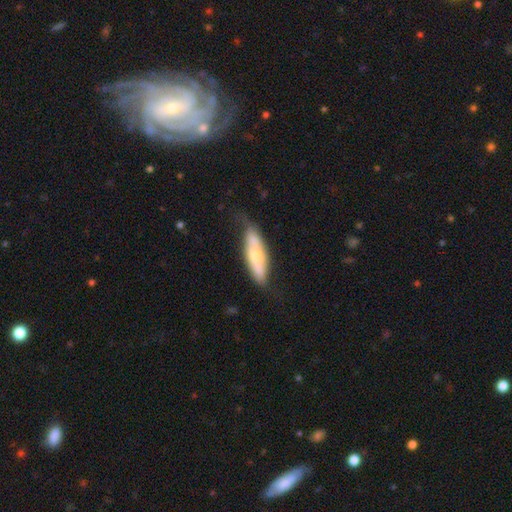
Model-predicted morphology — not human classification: smooth-or-featured: featured or disk: 54% | smooth: 38% | star or artifact: 8%
  disk-edge-on: no: 58% | yes: 42%
  merging: none: 56% | minor disturbance: 28% | major disturbance: 12% | merger: 4%